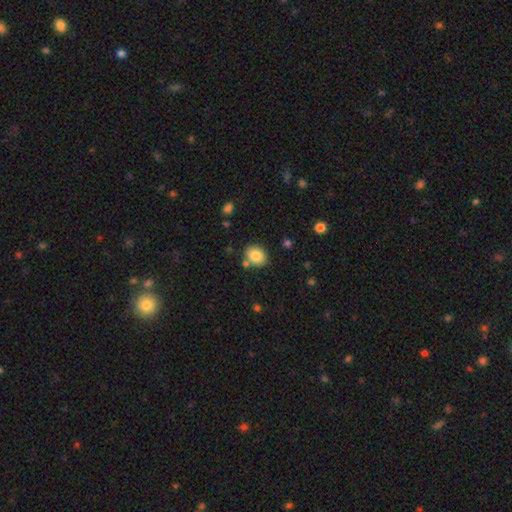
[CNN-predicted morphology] smooth_or_featured: smooth (p=0.83) [alt: star or artifact p=0.09]
how_rounded: round (p=0.60) [alt: in between p=0.39]
merging: none (p=0.80) [alt: minor disturbance p=0.10]